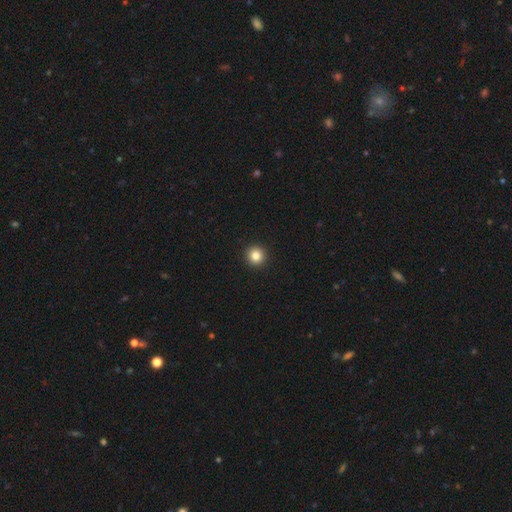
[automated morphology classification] Q: Smooth or featured?
A: smooth (83%); runner-up: star or artifact (11%)
Q: How rounded?
A: round (95%); runner-up: in between (4%)
Q: Merging?
A: none (94%); runner-up: minor disturbance (4%)